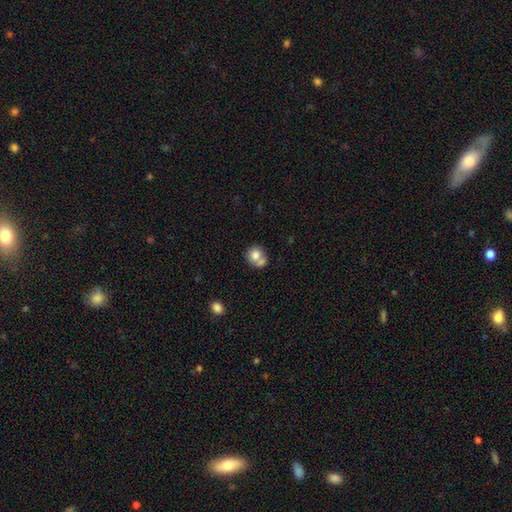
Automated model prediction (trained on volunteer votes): Smooth or featured: smooth — 75% (featured or disk — 16%)
How rounded: round — 78% (in between — 21%)
Merging: merger — 45% (none — 40%)